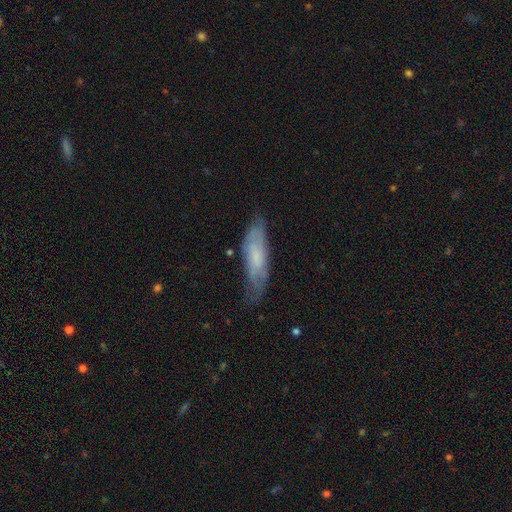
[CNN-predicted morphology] Smooth or featured: smooth — 51% (featured or disk — 41%)
How rounded: cigar-shaped — 62% (in between — 36%)
Merging: none — 61% (minor disturbance — 28%)